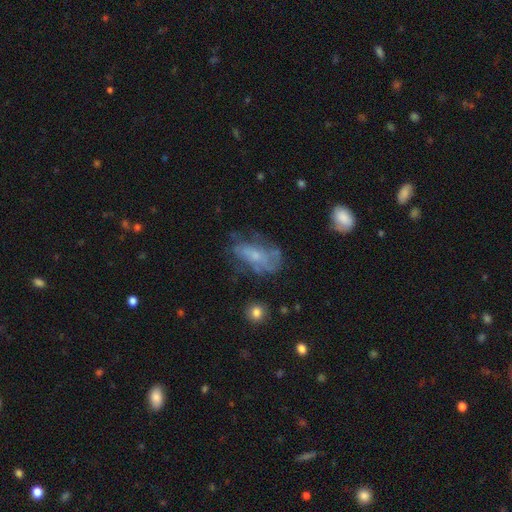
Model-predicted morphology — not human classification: Smooth or featured? featured or disk (52%)
Edge-on disk? no (92%)
Merging? none (46%)